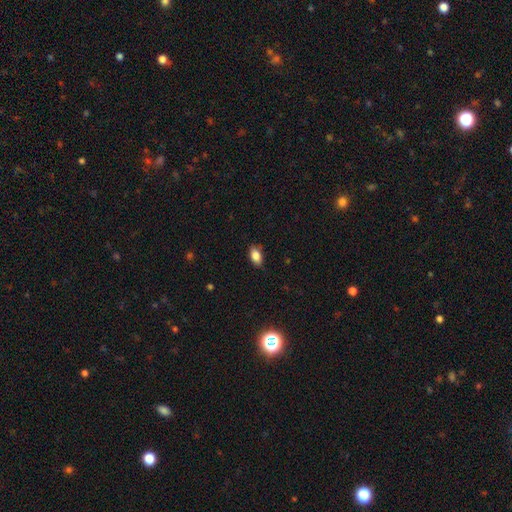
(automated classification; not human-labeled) Smooth or featured: smooth — 84% (star or artifact — 8%)
How rounded: in between — 90% (round — 7%)
Merging: none — 83% (minor disturbance — 13%)